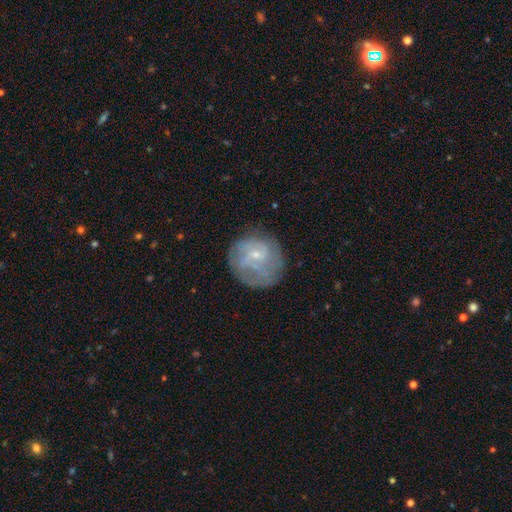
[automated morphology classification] smooth_or_featured: featured or disk (p=0.64) [alt: smooth p=0.27]
disk_edge_on: no (p=0.98) [alt: yes p=0.02]
bar: no (p=0.55) [alt: weak p=0.39]
has_spiral_arms: yes (p=0.81) [alt: no p=0.19]
spiral_winding: tight (p=0.41) [alt: medium p=0.39]
spiral_arm_count: can't tell (p=0.42) [alt: 2 p=0.23]
bulge_size: small (p=0.76) [alt: moderate p=0.17]
merging: none (p=0.68) [alt: minor disturbance p=0.19]